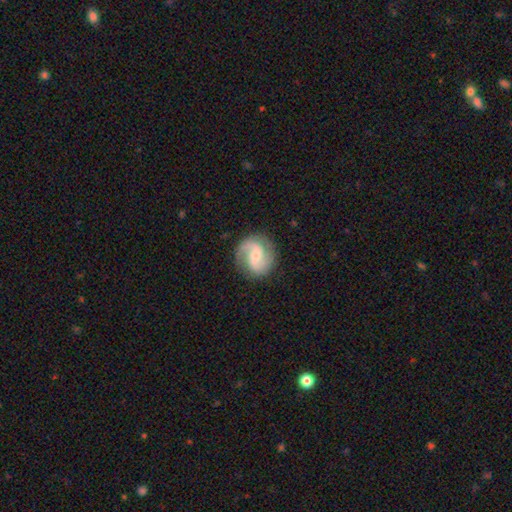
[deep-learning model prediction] Smooth or featured?
  - featured or disk: 80% *
  - smooth: 15%
  - star or artifact: 5%
Edge-on disk?
  - no: 98% *
  - yes: 2%
Bar?
  - weak: 50% *
  - no: 32%
  - strong: 18%
Spiral arms?
  - yes: 96% *
  - no: 4%
Spiral winding?
  - medium: 50% *
  - loose: 28%
  - tight: 21%
Spiral arm count?
  - 2: 88% *
  - can't tell: 4%
  - 1: 3%
  - 3: 2%
  - 4: 1%
  - more than 4: 1%
Bulge size?
  - small: 51% *
  - moderate: 41%
  - none: 4%
  - large: 3%
  - dominant: 1%
Merging?
  - none: 82% *
  - minor disturbance: 12%
  - major disturbance: 5%
  - merger: 1%